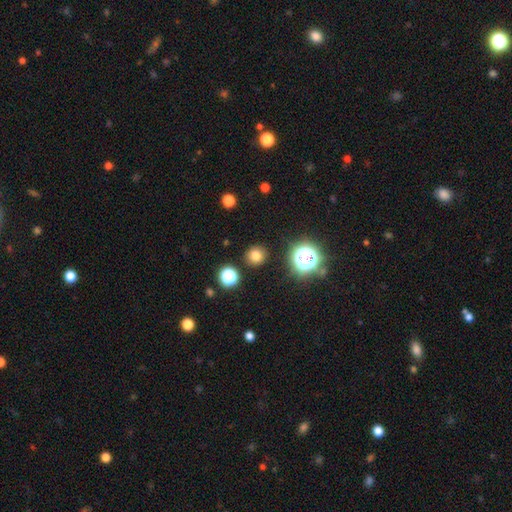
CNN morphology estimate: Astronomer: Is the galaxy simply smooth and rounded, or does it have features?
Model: smooth — 76%.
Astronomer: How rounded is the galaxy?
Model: round — 91%.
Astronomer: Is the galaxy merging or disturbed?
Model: none — 89%.